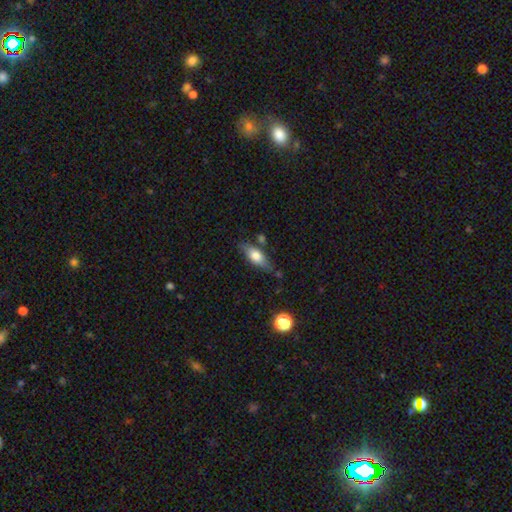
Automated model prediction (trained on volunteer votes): smooth_or_featured: smooth (p=0.65) [alt: featured or disk p=0.29]
how_rounded: in between (p=0.66) [alt: cigar-shaped p=0.30]
merging: none (p=0.72) [alt: minor disturbance p=0.18]